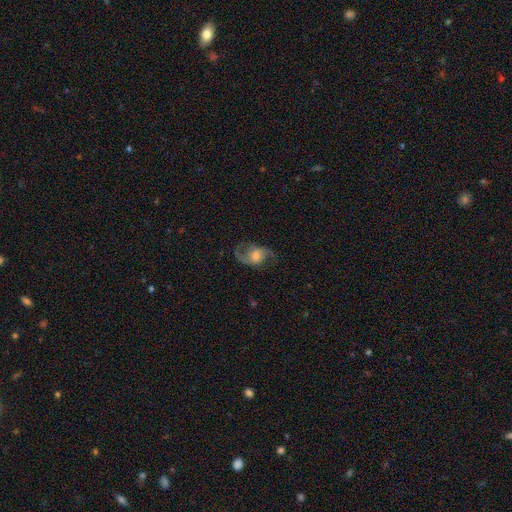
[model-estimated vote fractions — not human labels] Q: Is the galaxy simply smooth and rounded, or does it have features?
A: featured or disk — 76%.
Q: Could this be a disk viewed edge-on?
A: no — 96%.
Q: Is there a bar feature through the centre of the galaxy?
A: no — 58%.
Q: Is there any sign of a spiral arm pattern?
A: yes — 92%.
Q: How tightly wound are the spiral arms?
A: loose — 55%.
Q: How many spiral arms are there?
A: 2 — 89%.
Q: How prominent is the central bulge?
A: moderate — 56%.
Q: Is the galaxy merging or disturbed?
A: none — 68%.